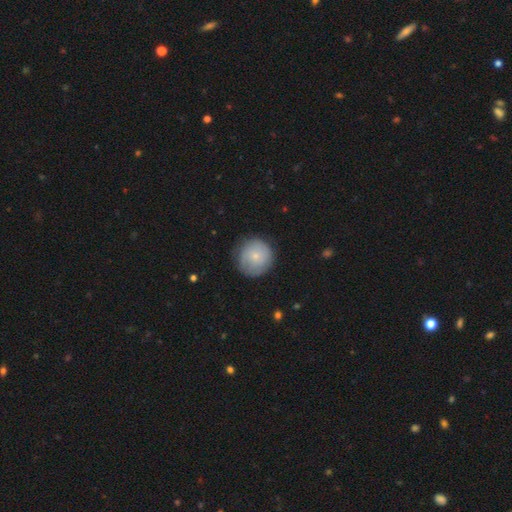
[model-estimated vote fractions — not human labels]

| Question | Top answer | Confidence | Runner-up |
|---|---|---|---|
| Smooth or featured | smooth | 60% | featured or disk (33%) |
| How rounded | round | 94% | in between (5%) |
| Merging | none | 81% | minor disturbance (14%) |